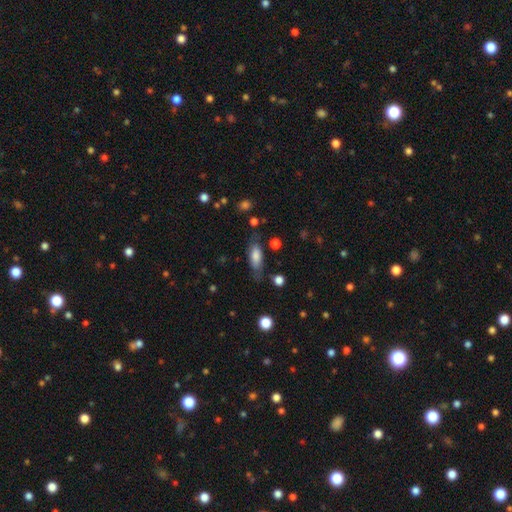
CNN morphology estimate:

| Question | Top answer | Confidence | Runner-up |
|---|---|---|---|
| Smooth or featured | smooth | 75% | featured or disk (18%) |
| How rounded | in between | 75% | cigar-shaped (22%) |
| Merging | none | 63% | minor disturbance (24%) |